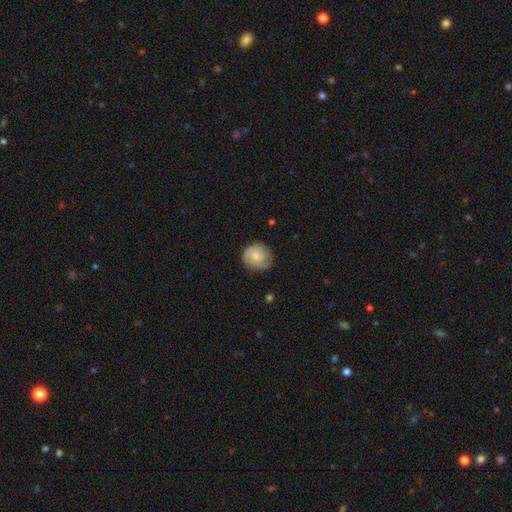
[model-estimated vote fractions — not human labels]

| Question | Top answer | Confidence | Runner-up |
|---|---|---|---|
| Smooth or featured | smooth | 55% | featured or disk (38%) |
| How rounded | round | 85% | in between (14%) |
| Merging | none | 73% | minor disturbance (20%) |